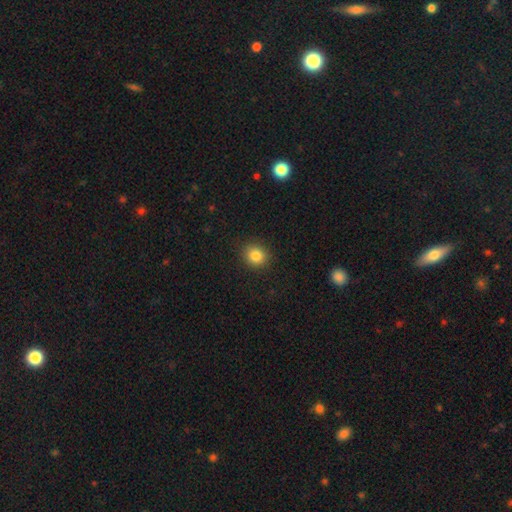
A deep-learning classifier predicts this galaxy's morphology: This is clearly a smooth galaxy (84%). How rounded: likely round (78%). Merging: clearly none (90%).